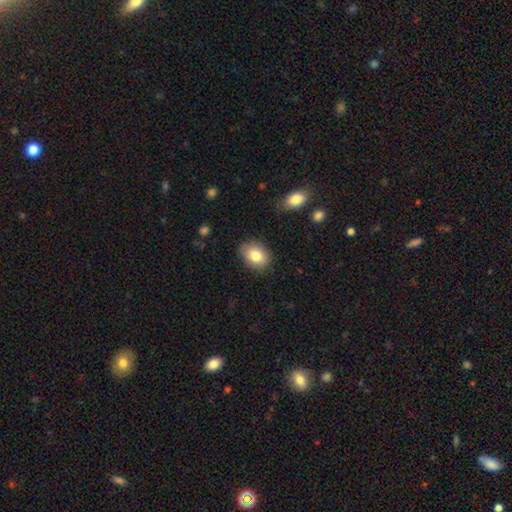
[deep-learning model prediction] A smooth galaxy with no disk features (81%) that is in between round and cigar-shaped (70%). Merging: none (82%).